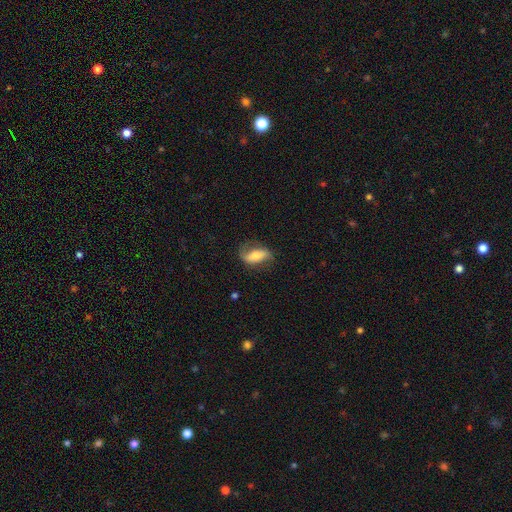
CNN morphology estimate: Overall: smooth (48%; featured or disk 44%). Merging: none (65%).